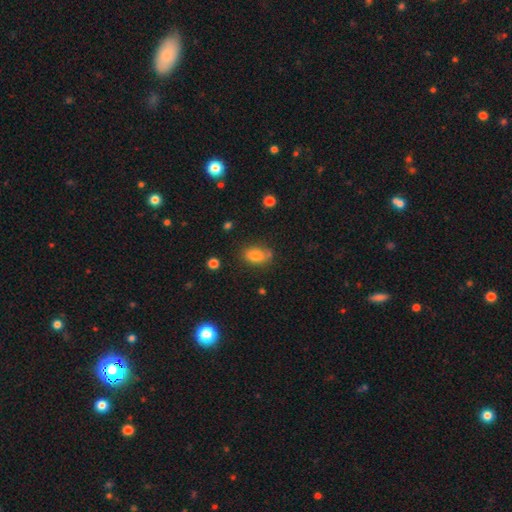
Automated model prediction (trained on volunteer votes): This appears to be a smooth galaxy with no disk features (81%) that is in between round and cigar-shaped (84%). Merging: none (68%).